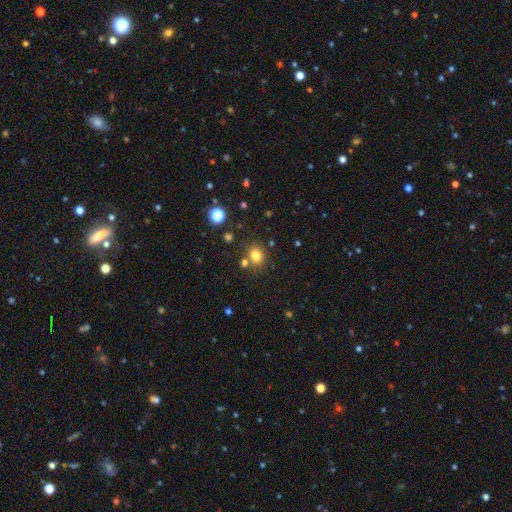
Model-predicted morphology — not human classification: smooth_or_featured: smooth (p=0.79) [alt: star or artifact p=0.14]
how_rounded: round (p=0.65) [alt: in between p=0.34]
merging: none (p=0.74) [alt: merger p=0.12]